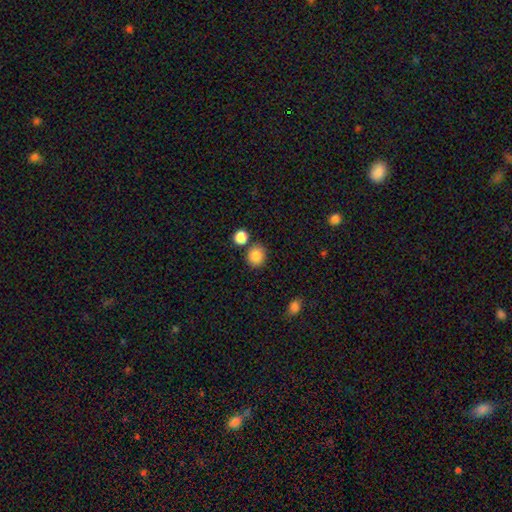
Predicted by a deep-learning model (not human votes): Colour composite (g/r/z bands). It shows a smooth galaxy with no disk features (87%) that is round (76%). Merging: none (76%).